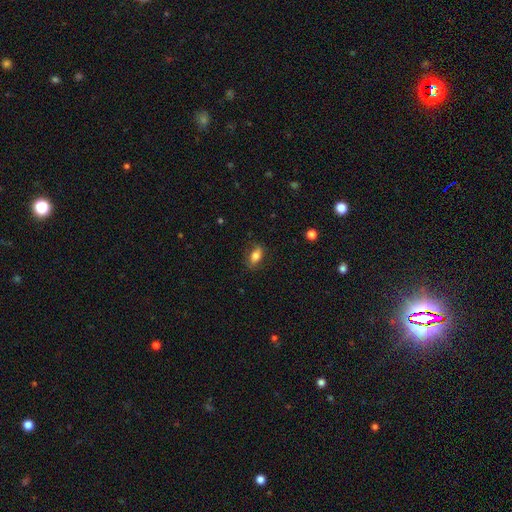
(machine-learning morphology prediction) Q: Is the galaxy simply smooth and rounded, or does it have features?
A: smooth — 73%.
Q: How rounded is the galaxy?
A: in between — 84%.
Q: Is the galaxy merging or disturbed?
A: none — 77%.